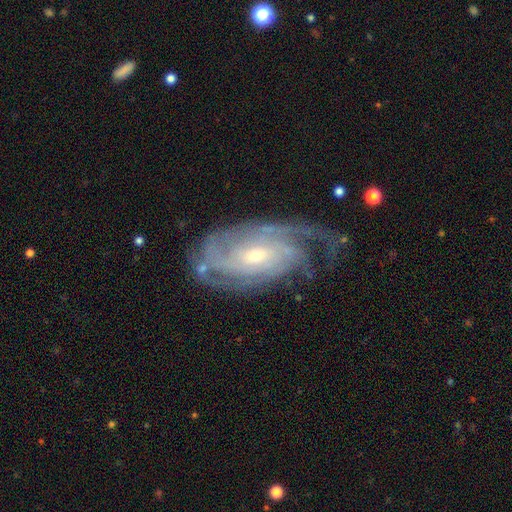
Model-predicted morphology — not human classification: This is clearly a featured or disk galaxy (88%). It is clearly not viewed edge-on (95%). Bar: possibly no (56%). Spiral arm pattern: clearly yes (97%). Spiral arm count: marginally can't tell (31%). Spiral winding: likely tight (63%). Central bulge: possibly small (52%). Merging: likely none (64%).